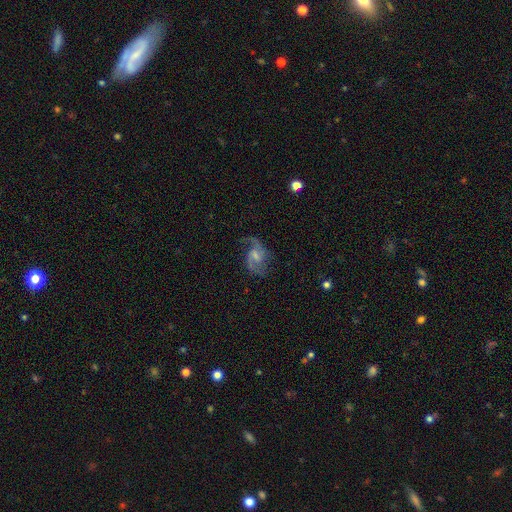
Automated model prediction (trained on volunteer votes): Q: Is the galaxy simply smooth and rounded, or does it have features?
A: featured or disk — 85%.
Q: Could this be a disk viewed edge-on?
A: no — 98%.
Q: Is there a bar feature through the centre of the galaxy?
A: weak — 56%.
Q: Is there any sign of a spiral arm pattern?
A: yes — 96%.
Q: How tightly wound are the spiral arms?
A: loose — 53%.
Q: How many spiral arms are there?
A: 2 — 88%.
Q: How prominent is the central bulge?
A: small — 40%.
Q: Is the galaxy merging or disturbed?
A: none — 66%.